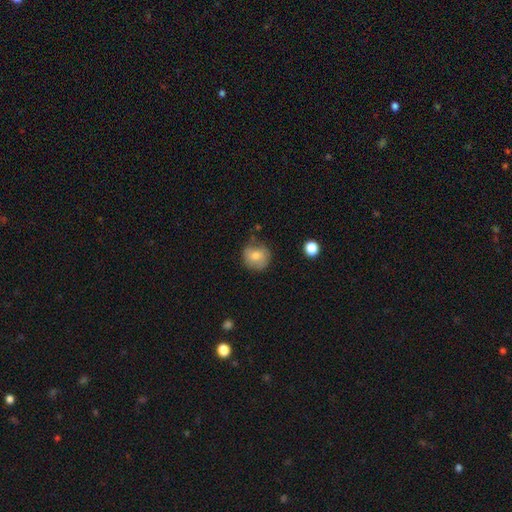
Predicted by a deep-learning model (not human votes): smooth-or-featured: smooth: 67% | featured or disk: 25% | star or artifact: 9%
  how-rounded: round: 85% | in between: 14% | cigar-shaped: 1%
  merging: none: 67% | minor disturbance: 24% | major disturbance: 6% | merger: 3%